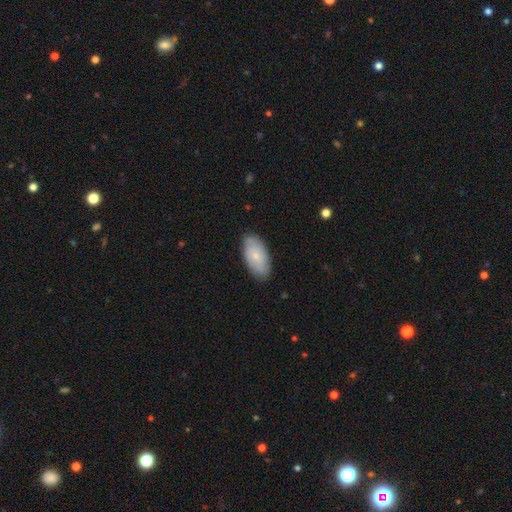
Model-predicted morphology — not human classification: This appears to be a smooth galaxy with no disk features (68%) that is in between round and cigar-shaped (94%). Merging: none (83%).